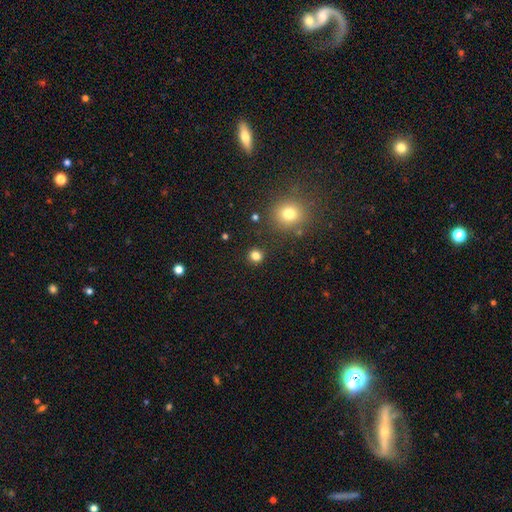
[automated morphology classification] This appears to be a smooth galaxy with no disk features (80%) that is round (90%). Merging: none (90%).